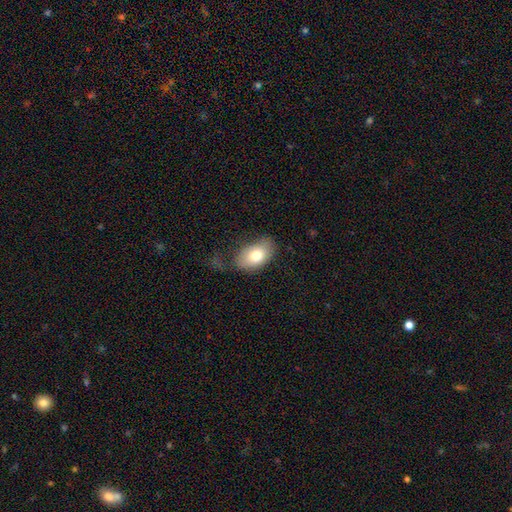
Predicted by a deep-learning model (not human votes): smooth 77%, featured or disk 16%, star or artifact 7%. Down the decision tree: how rounded — in between (90%); merging — none (56%).